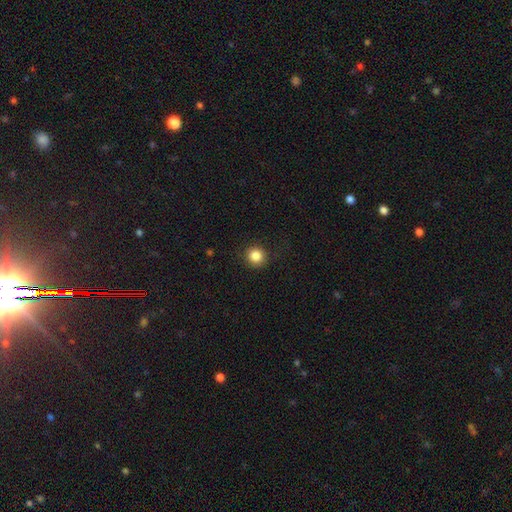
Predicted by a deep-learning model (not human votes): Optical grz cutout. It shows a smooth galaxy with no disk features (86%) that is round (92%). Merging: none (89%).